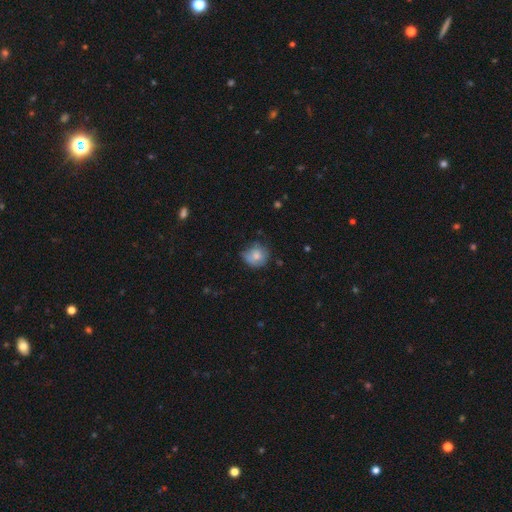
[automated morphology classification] smooth 75%, featured or disk 16%, star or artifact 9%. Down the decision tree: how rounded — round (80%); merging — none (57%).